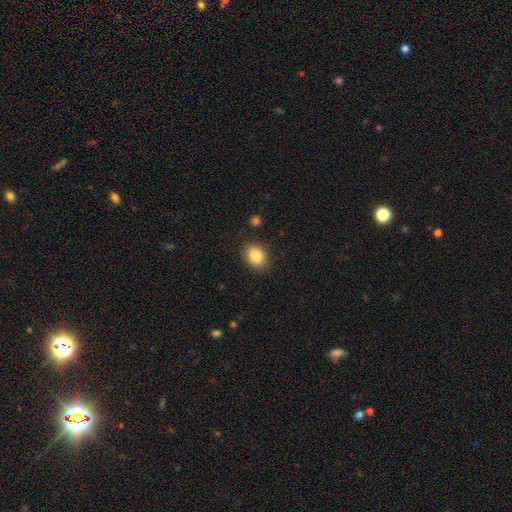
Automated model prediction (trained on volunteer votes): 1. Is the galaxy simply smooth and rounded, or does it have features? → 86% smooth, 8% star or artifact, 6% featured or disk.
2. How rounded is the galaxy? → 59% in between, 40% round, 1% cigar-shaped.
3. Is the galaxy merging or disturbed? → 86% none, 10% minor disturbance, 3% major disturbance, 2% merger.